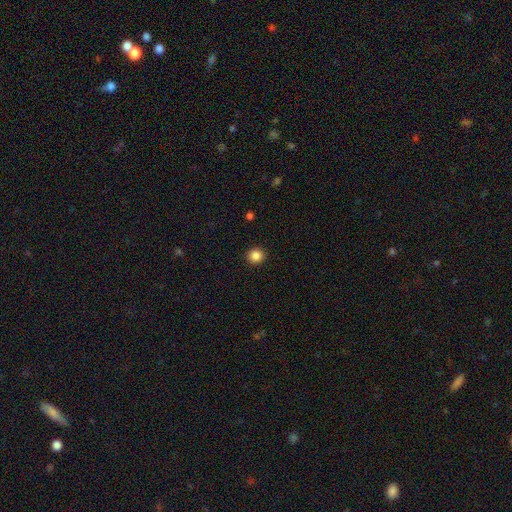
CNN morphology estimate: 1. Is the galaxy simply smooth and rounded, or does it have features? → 86% smooth, 10% star or artifact, 3% featured or disk.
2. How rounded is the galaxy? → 90% round, 9% in between, 1% cigar-shaped.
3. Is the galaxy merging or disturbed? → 93% none, 5% minor disturbance, 2% major disturbance, 1% merger.